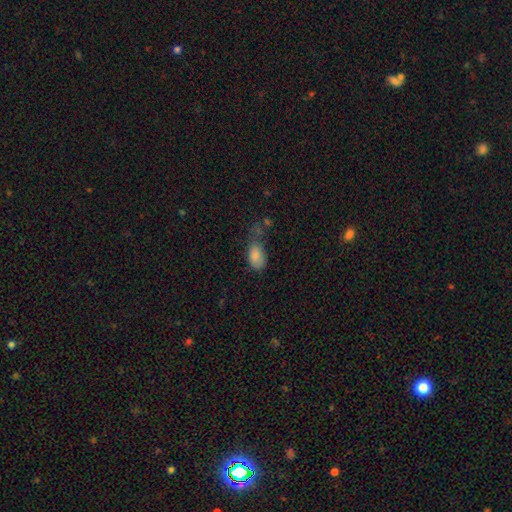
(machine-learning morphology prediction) Smooth or featured: smooth — 83% (featured or disk — 9%)
How rounded: in between — 91% (round — 7%)
Merging: none — 35% (minor disturbance — 30%)